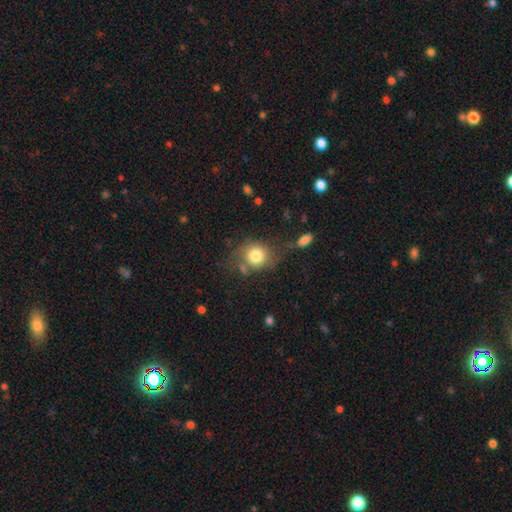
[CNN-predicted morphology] This appears to be a smooth galaxy with no disk features (79%) that is round (76%). Merging: none (61%).